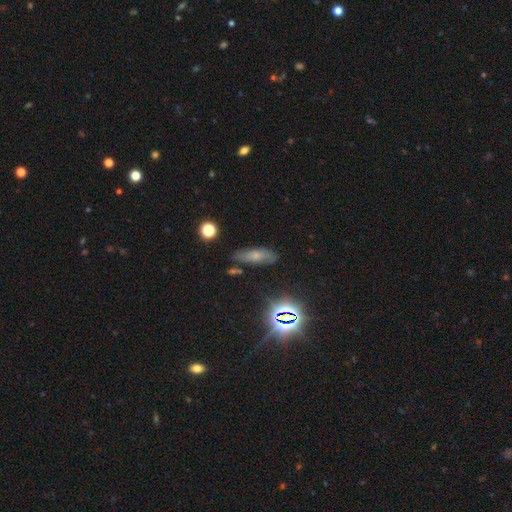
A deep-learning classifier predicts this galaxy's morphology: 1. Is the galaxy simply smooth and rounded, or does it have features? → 55% smooth, 24% featured or disk, 21% star or artifact.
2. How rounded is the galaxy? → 60% in between, 35% cigar-shaped, 5% round.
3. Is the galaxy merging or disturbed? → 75% none, 17% minor disturbance, 4% major disturbance, 3% merger.